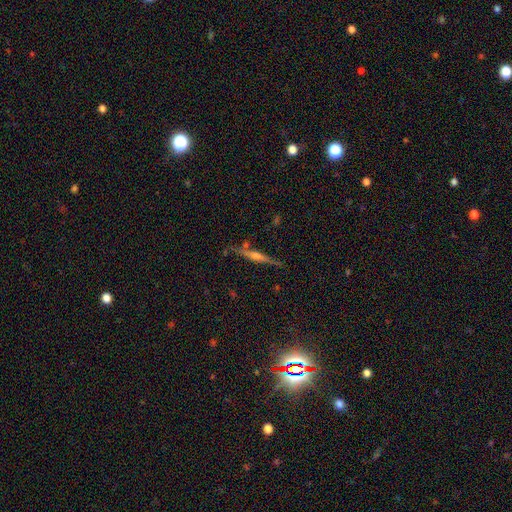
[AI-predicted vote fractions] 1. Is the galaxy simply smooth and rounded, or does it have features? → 72% featured or disk, 16% smooth, 12% star or artifact.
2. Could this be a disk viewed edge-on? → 96% yes, 4% no.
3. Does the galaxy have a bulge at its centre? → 78% rounded, 12% none, 10% boxy.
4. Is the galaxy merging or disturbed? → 84% none, 11% minor disturbance, 3% merger, 3% major disturbance.